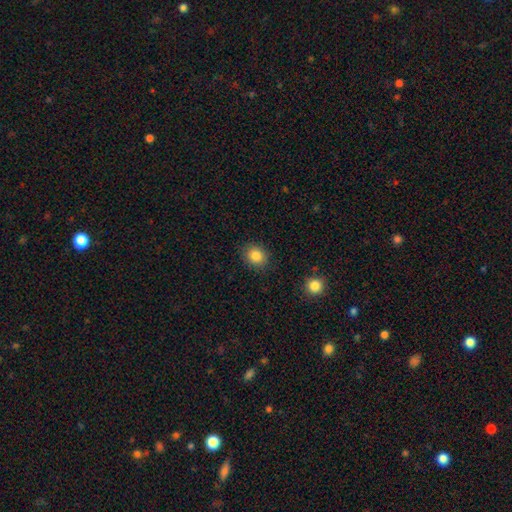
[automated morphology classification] Q: Smooth or featured?
A: smooth (84%); runner-up: star or artifact (10%)
Q: How rounded?
A: round (71%); runner-up: in between (29%)
Q: Merging?
A: none (88%); runner-up: minor disturbance (8%)